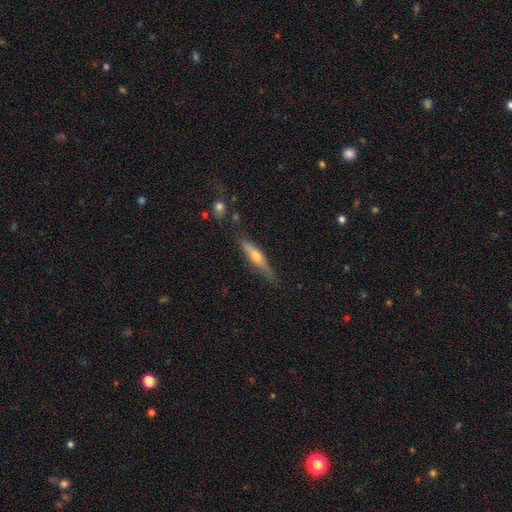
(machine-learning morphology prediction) smooth-or-featured: featured or disk: 59% | smooth: 35% | star or artifact: 7%
  disk-edge-on: yes: 94% | no: 6%
    edge-on-bulge: rounded: 88% | none: 7% | boxy: 5%
  merging: none: 79% | minor disturbance: 15% | major disturbance: 3% | merger: 2%